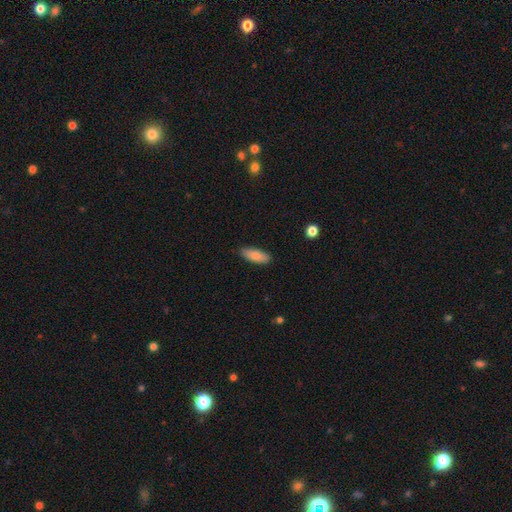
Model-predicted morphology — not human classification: The model was most divided on "how rounded": in between: 72%, cigar-shaped: 26%, round: 2%. More confident: merging — none (86%); smooth or featured — smooth (82%).